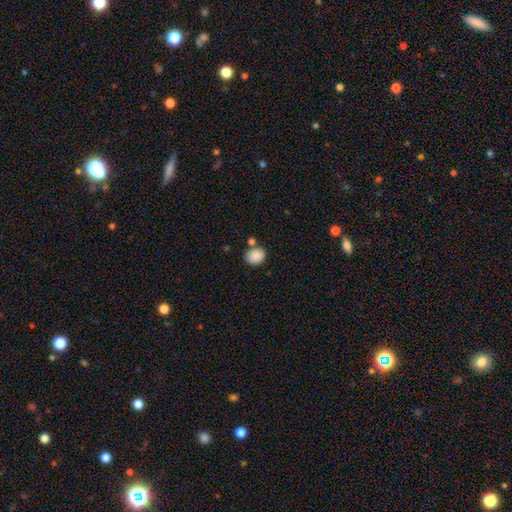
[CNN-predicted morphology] This is clearly a smooth galaxy (88%). How rounded: likely round (62%). Merging: likely none (69%).